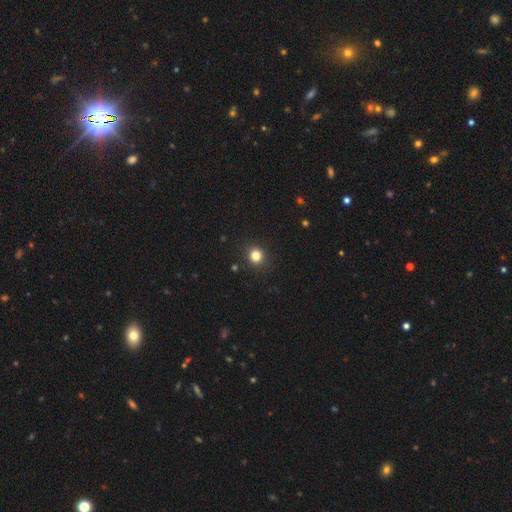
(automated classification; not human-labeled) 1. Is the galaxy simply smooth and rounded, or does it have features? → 82% smooth, 13% star or artifact, 5% featured or disk.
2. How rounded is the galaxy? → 86% round, 13% in between, 1% cigar-shaped.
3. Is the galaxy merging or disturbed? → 90% none, 7% minor disturbance, 2% major disturbance, 1% merger.